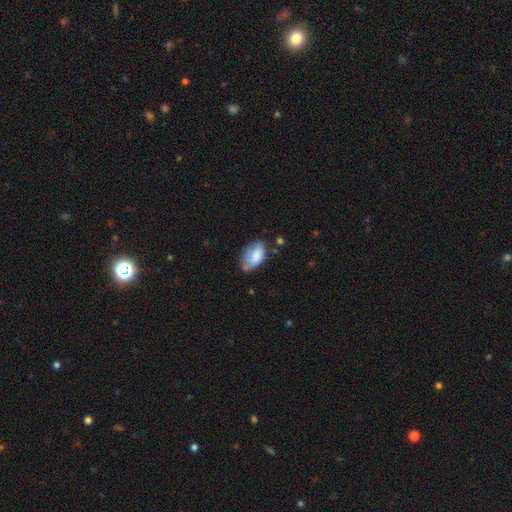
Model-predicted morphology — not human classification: Overall: smooth (79%). How rounded: in between (93%). Merging: none (53%; minor disturbance 33%).